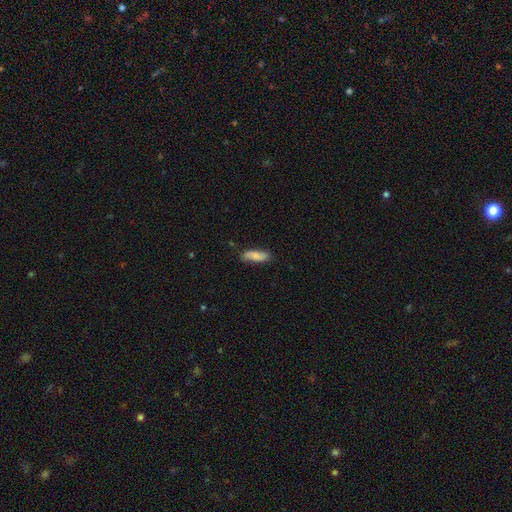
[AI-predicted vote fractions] smooth_or_featured: smooth (p=0.73) [alt: featured or disk p=0.20]
how_rounded: in between (p=0.53) [alt: cigar-shaped p=0.45]
merging: none (p=0.76) [alt: minor disturbance p=0.19]